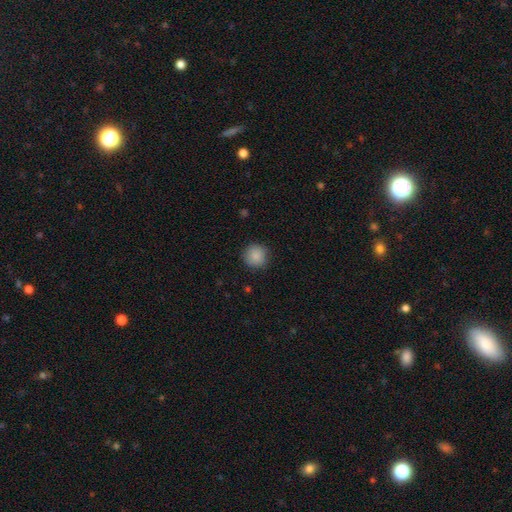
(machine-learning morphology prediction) A smooth galaxy with no disk features (88%) that is round (94%). Merging: none (88%).